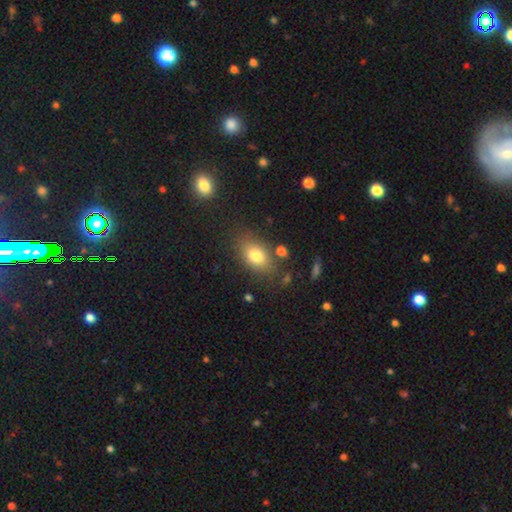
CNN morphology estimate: Overall: smooth (77%). How rounded: in between (82%). Merging: none (77%).